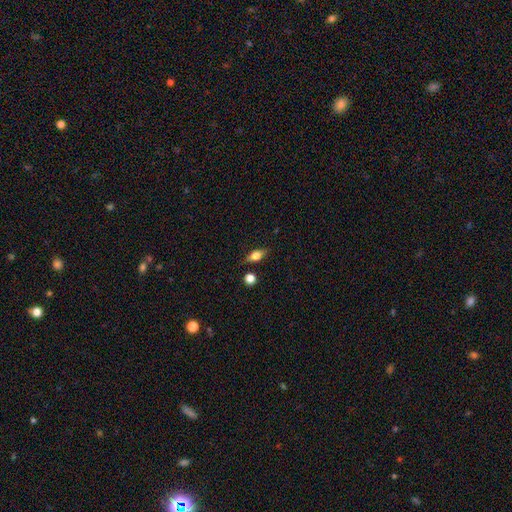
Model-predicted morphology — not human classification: type=smooth (61%); roundness=in between (72%); merging=none (79%).